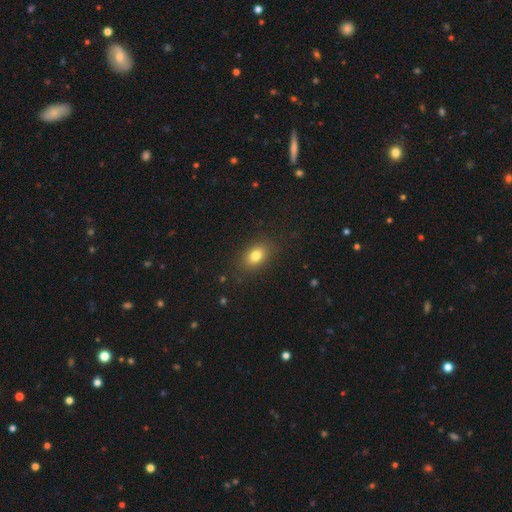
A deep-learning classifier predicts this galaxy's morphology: The model was most divided on "how rounded": in between: 78%, round: 20%, cigar-shaped: 2%. More confident: merging — none (85%); smooth or featured — smooth (80%).